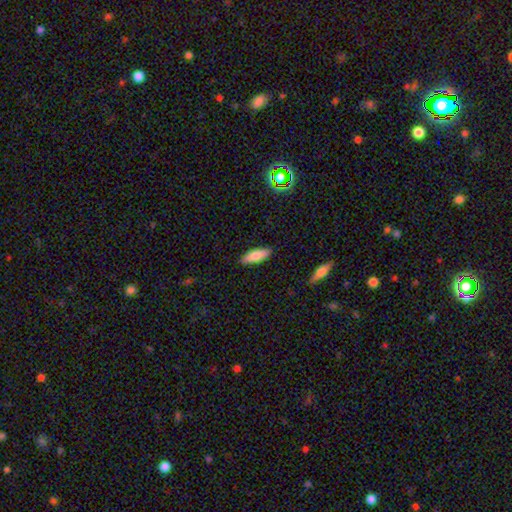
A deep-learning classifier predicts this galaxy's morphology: This is likely a smooth galaxy (76%). How rounded: possibly in between (55%). Merging: clearly none (89%).